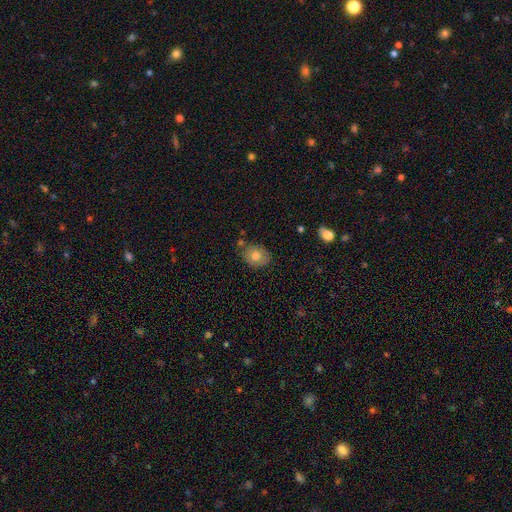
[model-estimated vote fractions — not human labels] smooth-or-featured: smooth: 76% | featured or disk: 15% | star or artifact: 9%
  how-rounded: in between: 57% | round: 42% | cigar-shaped: 1%
  merging: none: 76% | minor disturbance: 15% | merger: 6% | major disturbance: 3%